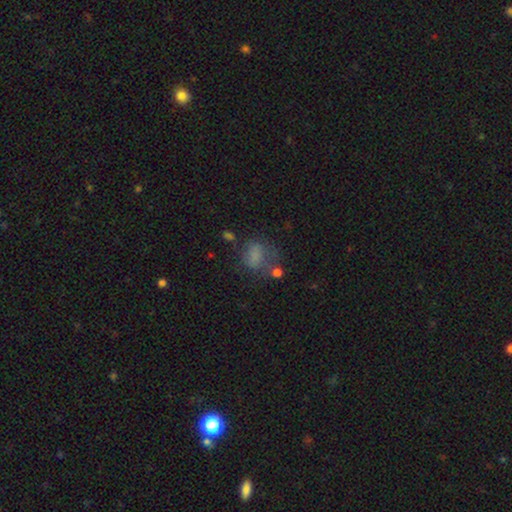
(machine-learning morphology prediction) Overall: smooth (65%). How rounded: in between (54%; round 44%). Merging: none (41%; major disturbance 26%).